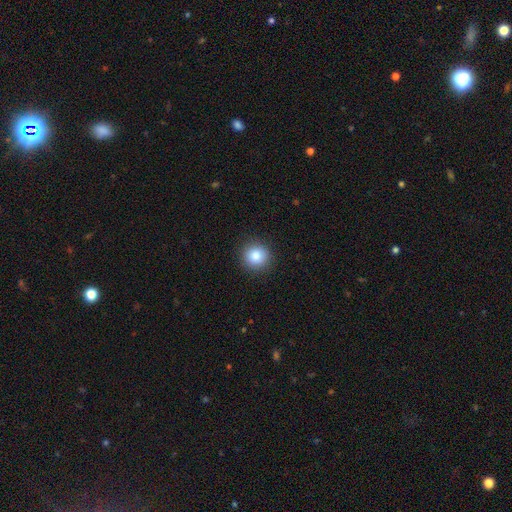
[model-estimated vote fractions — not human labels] The model was most divided on "smooth or featured": smooth: 85%, star or artifact: 10%, featured or disk: 6%. More confident: how rounded — round (93%); merging — none (91%).